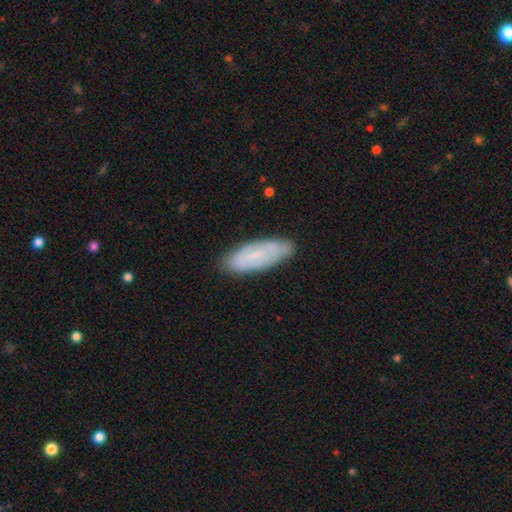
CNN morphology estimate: Smooth or featured? smooth (55%)
How rounded? in between (66%)
Merging? none (80%)